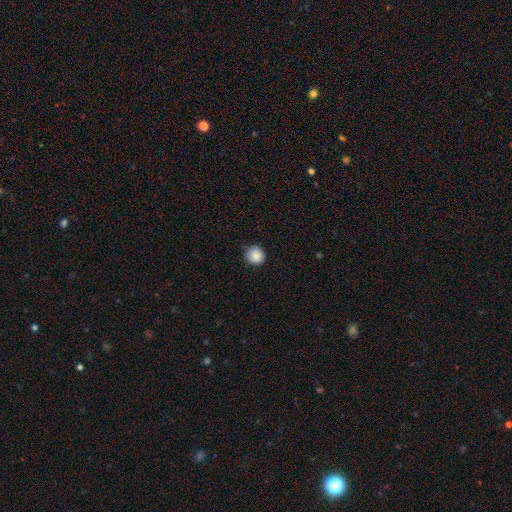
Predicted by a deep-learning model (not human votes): Smooth or featured? Predicted: smooth (p=0.87). How rounded? Predicted: round (p=0.93). Merging? Predicted: none (p=0.86).